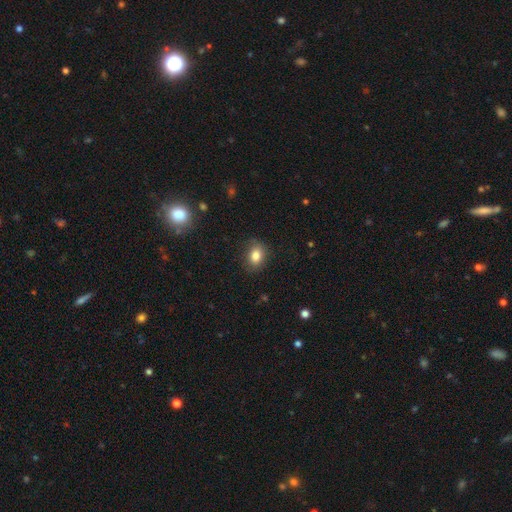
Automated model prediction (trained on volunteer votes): smooth 83%, star or artifact 10%, featured or disk 7%. Down the decision tree: how rounded — in between (62%); merging — none (82%).